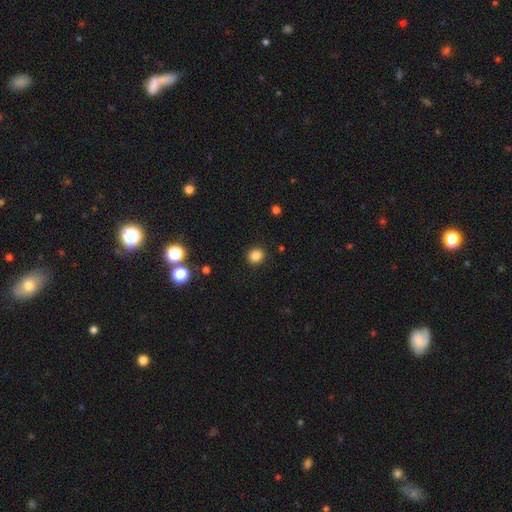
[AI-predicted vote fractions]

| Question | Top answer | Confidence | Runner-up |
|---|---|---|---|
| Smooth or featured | smooth | 84% | star or artifact (12%) |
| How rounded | round | 81% | in between (18%) |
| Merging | none | 91% | minor disturbance (6%) |